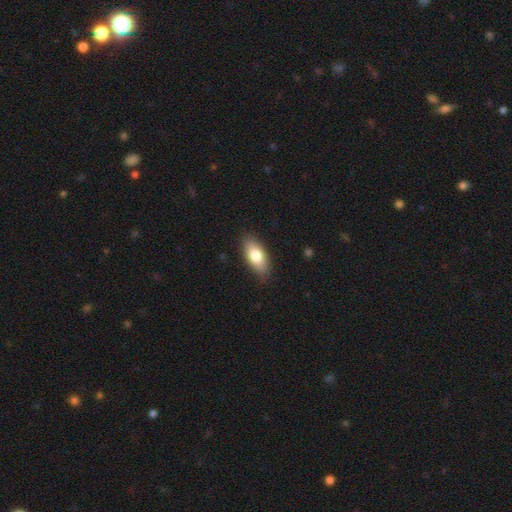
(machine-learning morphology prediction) Smooth or featured?
  - smooth: 77% *
  - featured or disk: 17%
  - star or artifact: 6%
How rounded?
  - in between: 86% *
  - cigar-shaped: 11%
  - round: 3%
Merging?
  - none: 86% *
  - minor disturbance: 11%
  - major disturbance: 2%
  - merger: 1%